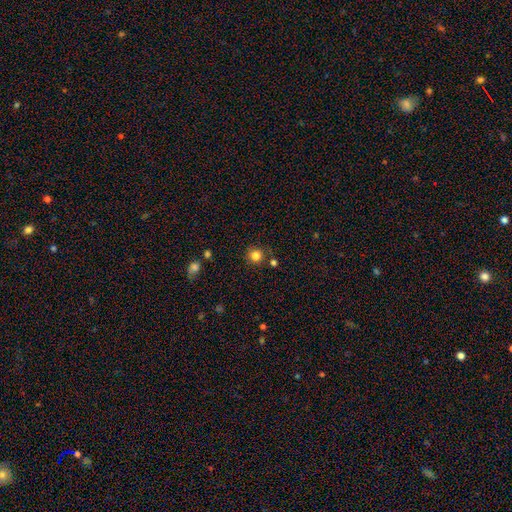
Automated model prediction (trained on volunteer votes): Morphology: type=smooth (82%); roundness=round (92%); merging=none (83%).